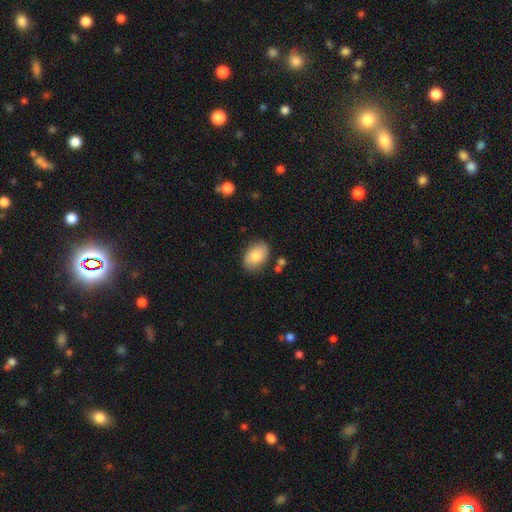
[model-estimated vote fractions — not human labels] smooth_or_featured: smooth (p=0.79) [alt: featured or disk p=0.14]
how_rounded: in between (p=0.84) [alt: round p=0.15]
merging: none (p=0.80) [alt: minor disturbance p=0.14]